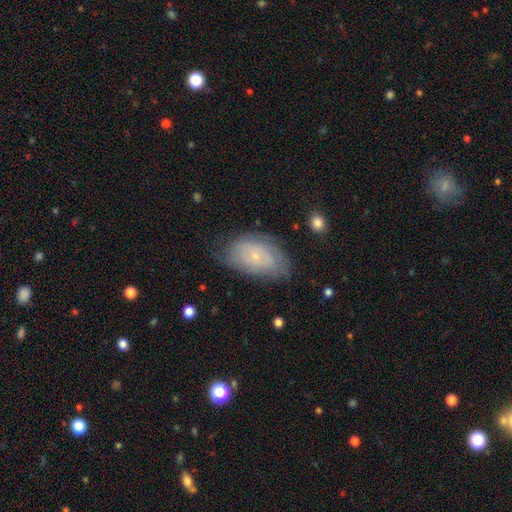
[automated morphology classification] A featured or disk galaxy (57%) with no bar (79%), spiral arms (79%) and a small central bulge (82%).

Vote fractions:
- Smooth or featured? featured or disk: 57% / smooth: 35% / star or artifact: 8%
- Edge-on disk? no: 95% / yes: 5%
- Bar? no: 79% / weak: 18% / strong: 3%
- Spiral arms? yes: 79% / no: 21%
- Bulge size? small: 82% / moderate: 13% / none: 4% / large: 1% / dominant: 1%
- Merging? none: 66% / minor disturbance: 24% / major disturbance: 9% / merger: 2%